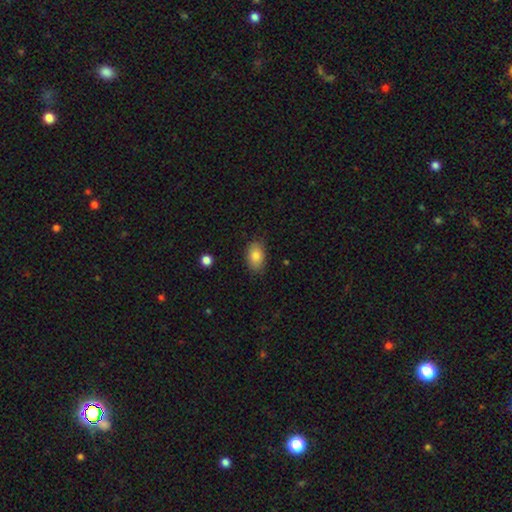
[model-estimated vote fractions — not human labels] The model was most divided on "merging": none: 81%, minor disturbance: 15%, major disturbance: 3%, merger: 1%. More confident: how rounded — in between (88%); smooth or featured — smooth (84%).